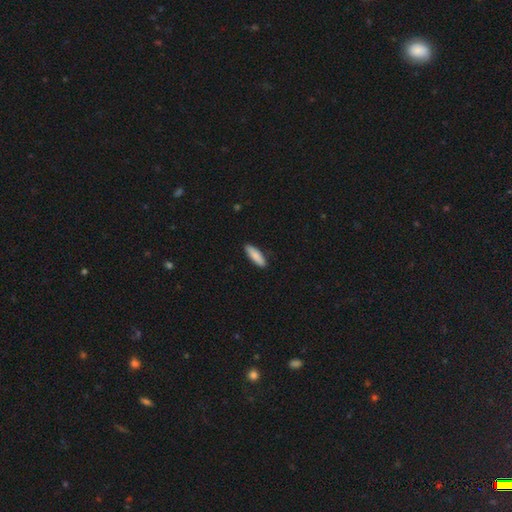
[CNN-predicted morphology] This is clearly a smooth galaxy (87%). How rounded: possibly cigar-shaped (51%). Merging: clearly none (88%).